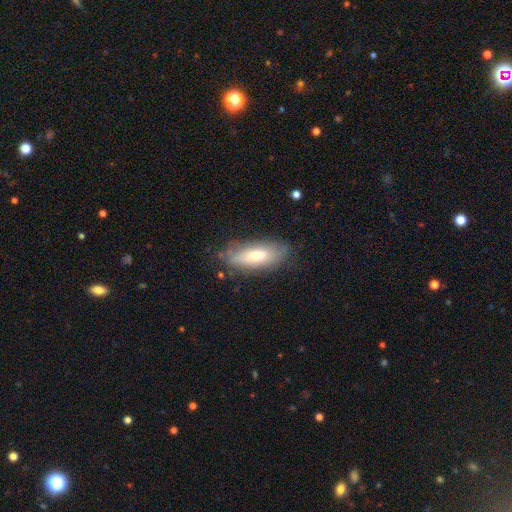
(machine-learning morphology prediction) type=smooth (62%); roundness=in between (70%); merging=none (74%).